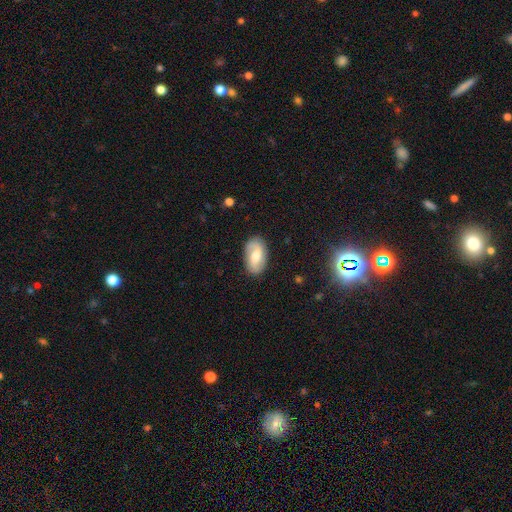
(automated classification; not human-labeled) Overall: featured or disk (47%; smooth 46%). Merging: none (83%).